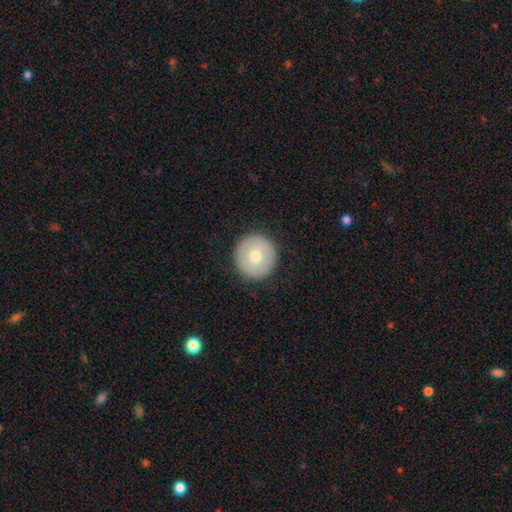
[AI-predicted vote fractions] smooth_or_featured: smooth (p=0.70) [alt: featured or disk p=0.22]
how_rounded: round (p=0.95) [alt: in between p=0.04]
merging: none (p=0.91) [alt: minor disturbance p=0.06]